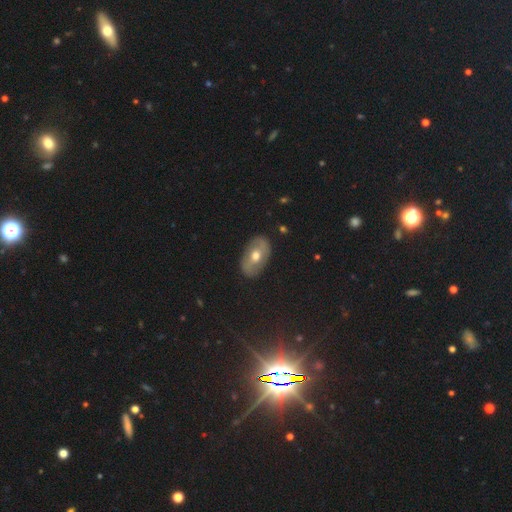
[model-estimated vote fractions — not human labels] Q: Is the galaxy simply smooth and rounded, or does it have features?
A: featured or disk — 55%.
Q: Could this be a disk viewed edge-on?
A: no — 91%.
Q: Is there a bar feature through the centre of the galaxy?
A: no — 52%.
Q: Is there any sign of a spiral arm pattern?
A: no — 57%.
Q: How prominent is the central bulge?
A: moderate — 80%.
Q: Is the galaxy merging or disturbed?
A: none — 84%.